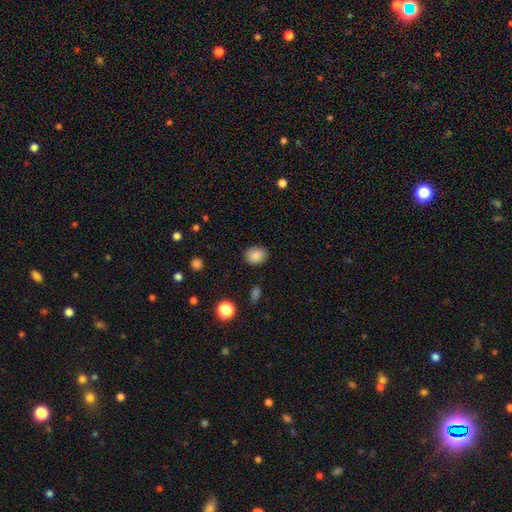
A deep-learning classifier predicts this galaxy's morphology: smooth 86%, star or artifact 9%, featured or disk 5%. Down the decision tree: how rounded — round (53%); merging — none (87%).